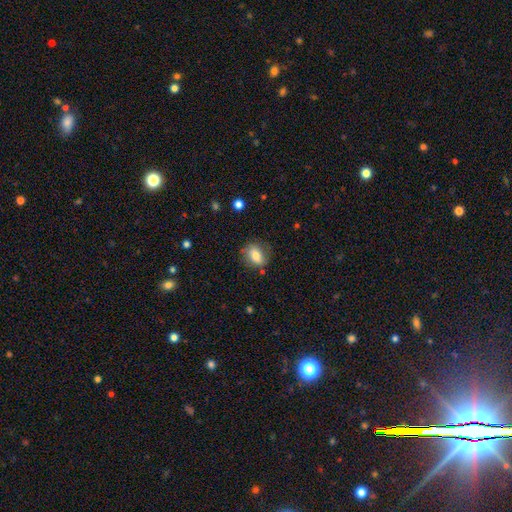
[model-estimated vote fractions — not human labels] The model was most divided on "how rounded": in between: 63%, round: 34%, cigar-shaped: 3%. More confident: merging — none (75%); smooth or featured — smooth (69%).